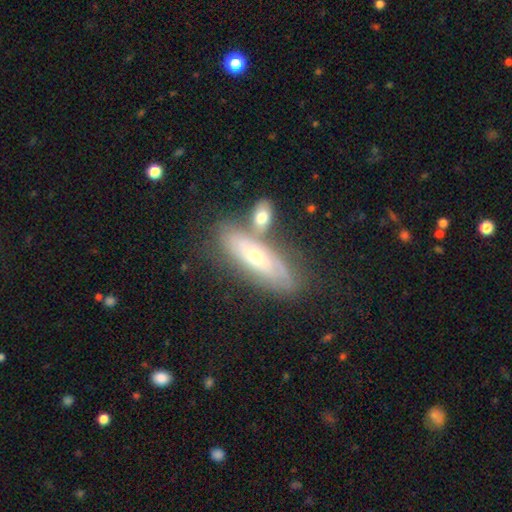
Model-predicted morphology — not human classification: type=featured or disk (58%); edge-on=no (66%); merging=none (54%).